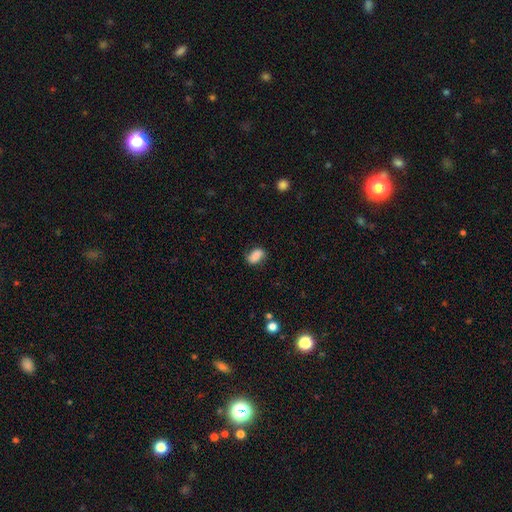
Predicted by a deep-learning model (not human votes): A smooth galaxy with no disk features (79%) that is in between round and cigar-shaped (84%). Merging: none (69%).